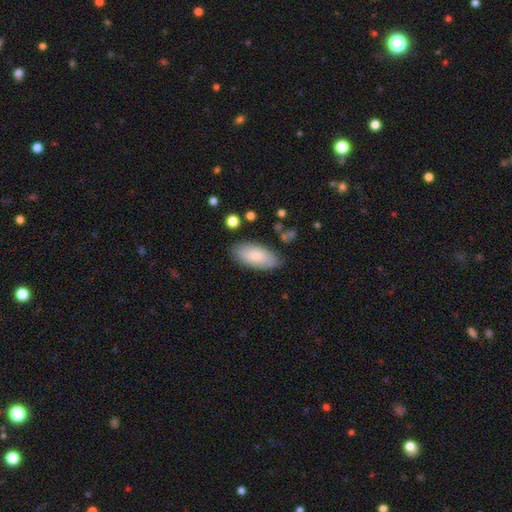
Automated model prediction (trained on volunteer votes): Smooth or featured?
  - smooth: 82% *
  - featured or disk: 12%
  - star or artifact: 6%
How rounded?
  - in between: 91% *
  - cigar-shaped: 7%
  - round: 2%
Merging?
  - none: 82% *
  - minor disturbance: 13%
  - major disturbance: 3%
  - merger: 2%